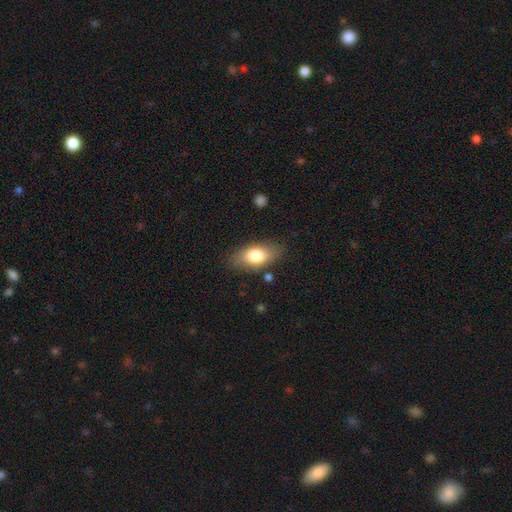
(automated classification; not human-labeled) Q: Smooth or featured?
A: smooth (77%); runner-up: featured or disk (17%)
Q: How rounded?
A: in between (89%); runner-up: cigar-shaped (6%)
Q: Merging?
A: none (81%); runner-up: minor disturbance (13%)